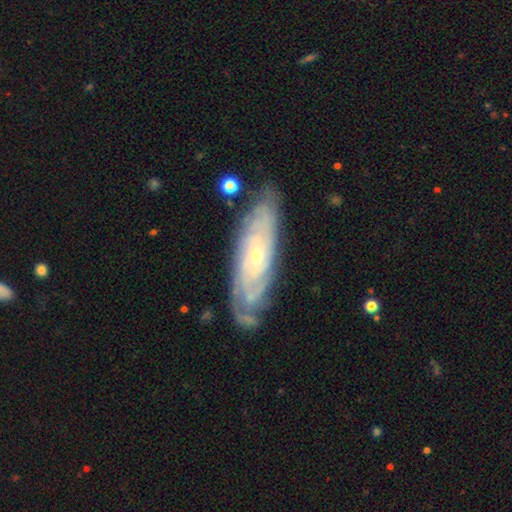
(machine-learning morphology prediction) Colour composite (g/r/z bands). It shows a featured or disk galaxy (83%) with no bar (73%), tight (79%) spiral arms (95%) and a small central bulge (69%). Merging: none (75%).